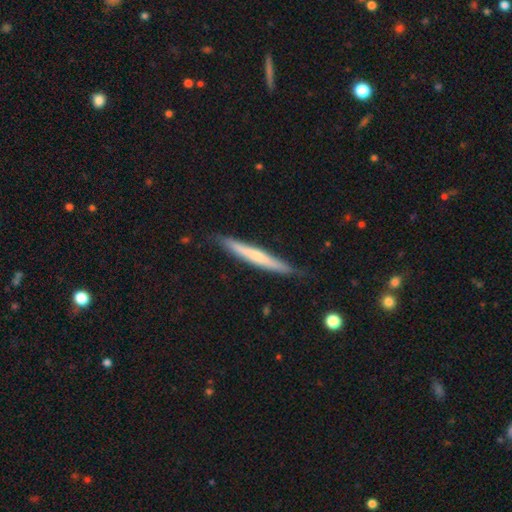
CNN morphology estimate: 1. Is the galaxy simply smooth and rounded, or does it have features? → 52% smooth, 43% featured or disk, 5% star or artifact.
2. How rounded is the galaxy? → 96% cigar-shaped, 3% in between, 1% round.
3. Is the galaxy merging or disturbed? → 83% none, 14% minor disturbance, 2% major disturbance, 1% merger.